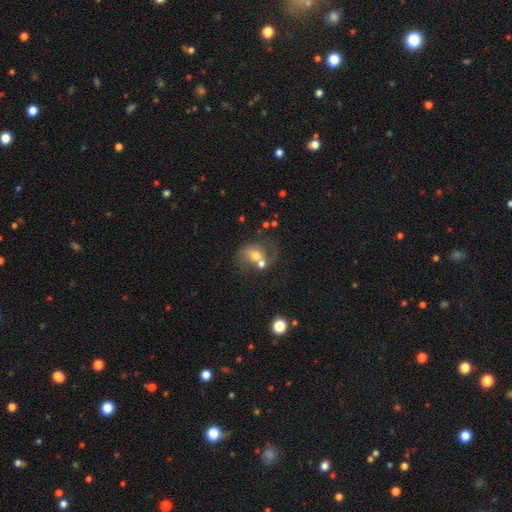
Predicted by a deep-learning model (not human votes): A smooth galaxy with no disk features (49%). Merging: merger (45%).